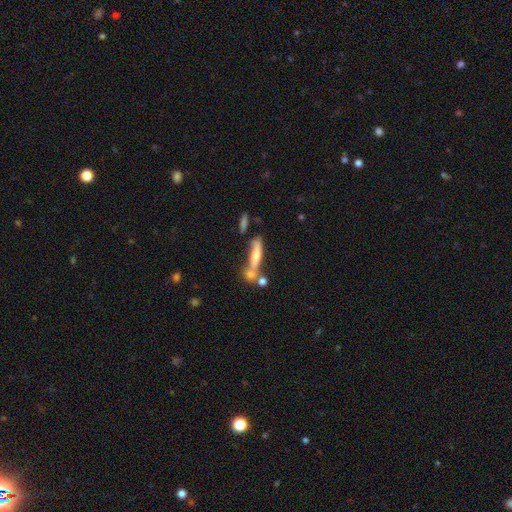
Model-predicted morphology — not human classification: smooth_or_featured: smooth (p=0.56) [alt: featured or disk p=0.34]
how_rounded: cigar-shaped (p=0.76) [alt: in between p=0.20]
merging: none (p=0.45) [alt: merger p=0.31]